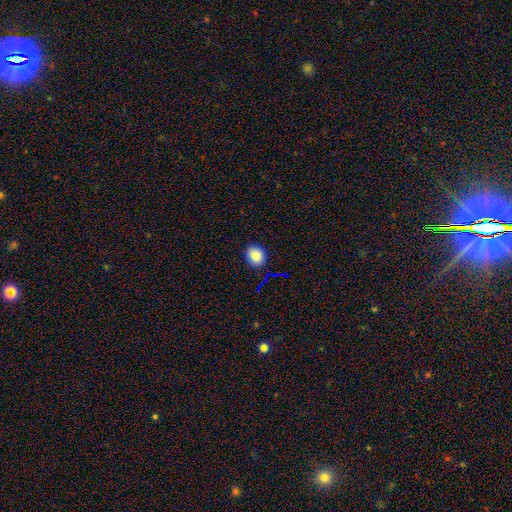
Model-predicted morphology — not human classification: type=smooth (85%); roundness=round (56%); merging=none (88%).